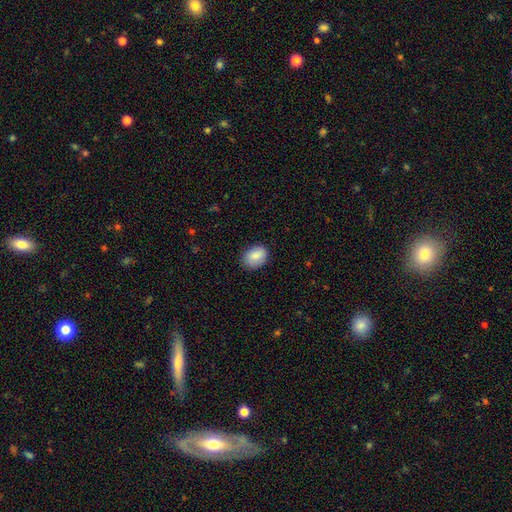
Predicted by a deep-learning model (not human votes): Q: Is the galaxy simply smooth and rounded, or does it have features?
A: smooth — 86%.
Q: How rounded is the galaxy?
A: in between — 73%.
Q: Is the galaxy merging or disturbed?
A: none — 83%.